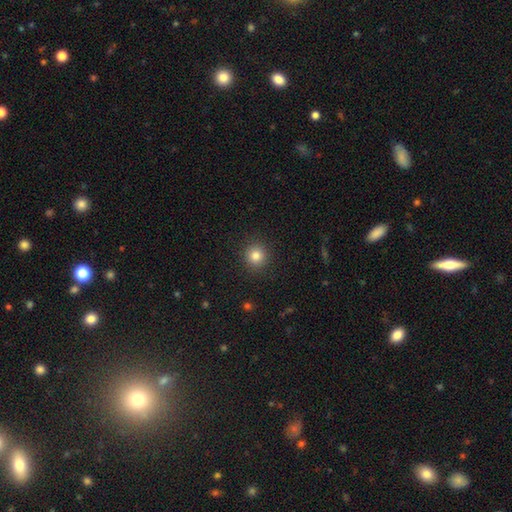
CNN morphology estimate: A smooth galaxy with no disk features (82%) that is round (93%). Merging: none (91%).